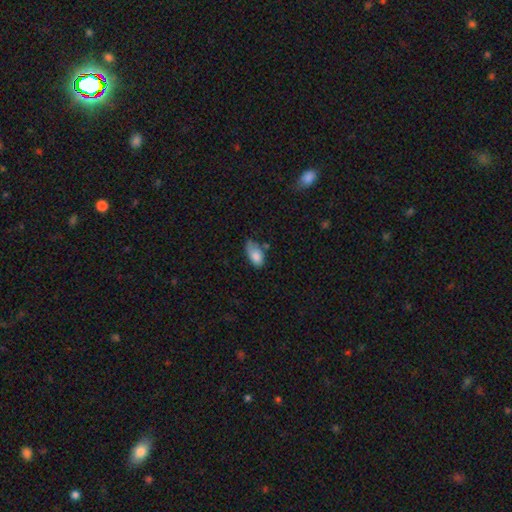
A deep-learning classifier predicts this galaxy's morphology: Smooth or featured? Predicted: smooth (p=0.83). How rounded? Predicted: in between (p=0.92). Merging? Predicted: none (p=0.45).